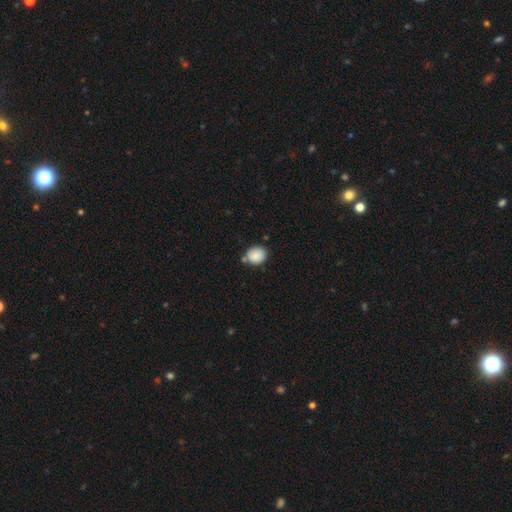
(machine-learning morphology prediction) Smooth or featured? Predicted: smooth (p=0.85). How rounded? Predicted: round (p=0.60). Merging? Predicted: none (p=0.66).